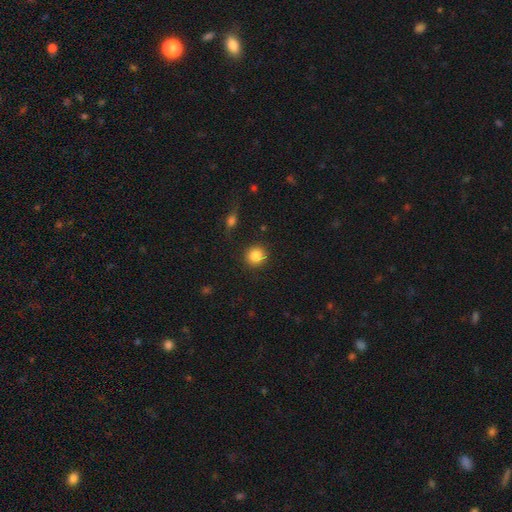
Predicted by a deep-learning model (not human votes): Morphology: type=smooth (86%); roundness=round (91%); merging=none (89%).